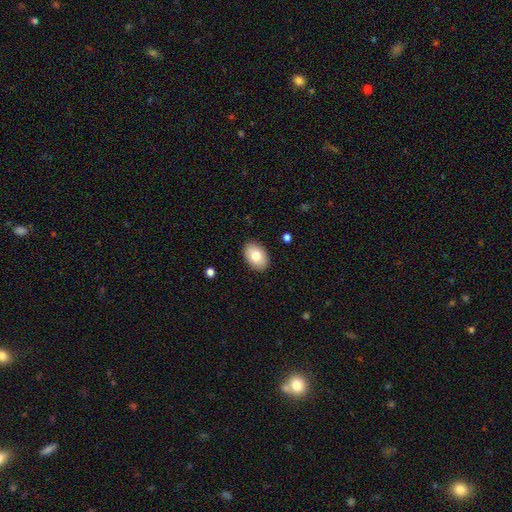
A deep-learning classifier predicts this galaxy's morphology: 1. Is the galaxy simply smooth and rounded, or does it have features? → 81% smooth, 12% featured or disk, 7% star or artifact.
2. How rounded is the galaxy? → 88% in between, 11% round, 1% cigar-shaped.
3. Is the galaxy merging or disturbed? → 89% none, 8% minor disturbance, 2% major disturbance, 1% merger.